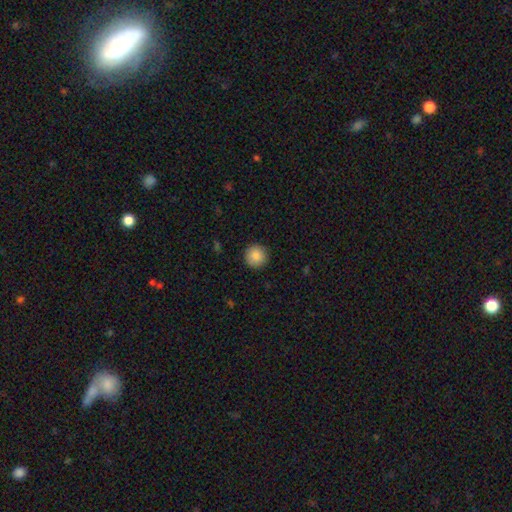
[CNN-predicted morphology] Smooth or featured? Predicted: smooth (p=0.88). How rounded? Predicted: round (p=0.95). Merging? Predicted: none (p=0.92).